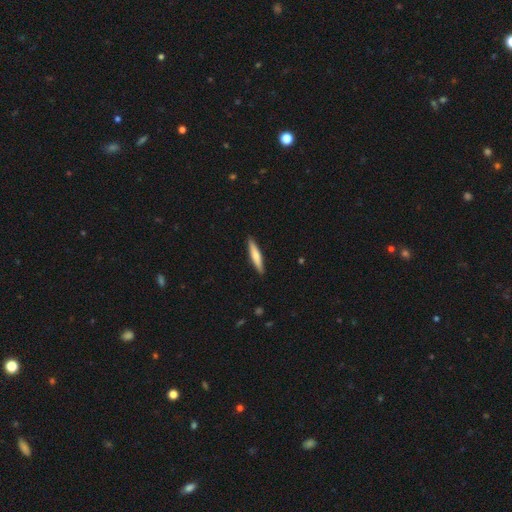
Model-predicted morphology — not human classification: Smooth or featured?
  - smooth: 68% *
  - featured or disk: 27%
  - star or artifact: 5%
How rounded?
  - cigar-shaped: 90% *
  - in between: 9%
  - round: 1%
Merging?
  - none: 90% *
  - minor disturbance: 8%
  - major disturbance: 1%
  - merger: 1%